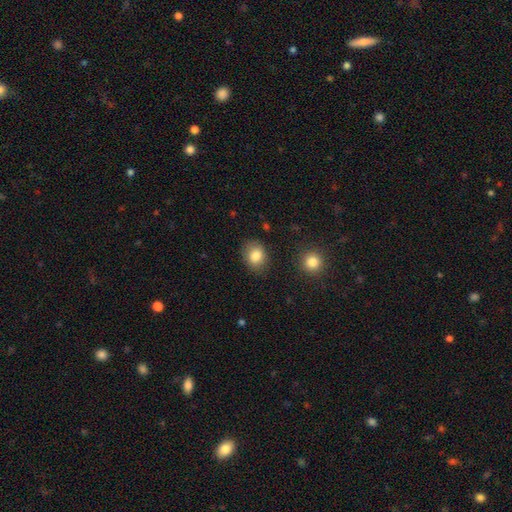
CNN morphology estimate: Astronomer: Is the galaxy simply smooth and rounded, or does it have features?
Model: smooth — 83%.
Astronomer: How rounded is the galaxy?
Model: round — 51% (runner-up: in between, 48%).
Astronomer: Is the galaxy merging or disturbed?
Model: none — 81%.